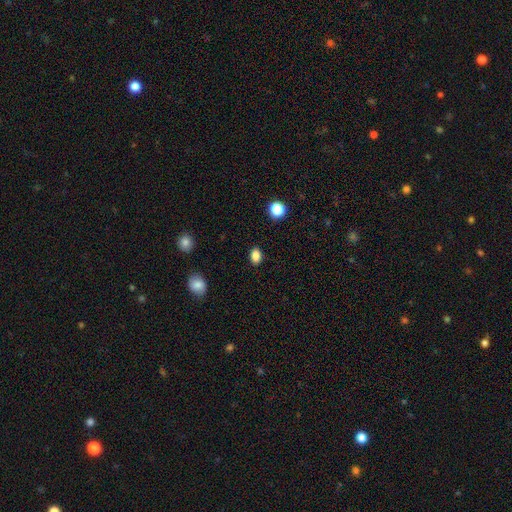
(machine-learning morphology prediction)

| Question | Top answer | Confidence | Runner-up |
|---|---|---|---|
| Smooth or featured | smooth | 86% | star or artifact (10%) |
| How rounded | in between | 77% | round (21%) |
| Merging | none | 89% | minor disturbance (8%) |